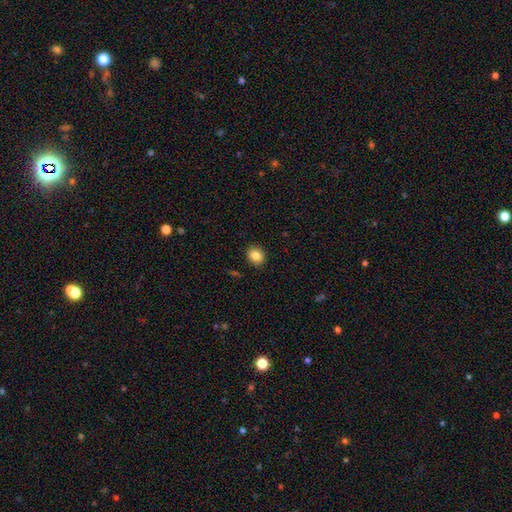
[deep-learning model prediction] A smooth galaxy with no disk features (84%) that is round (62%).

Vote fractions:
- Smooth or featured? smooth: 84% / star or artifact: 9% / featured or disk: 6%
- How rounded? round: 62% / in between: 38% / cigar-shaped: 1%
- Merging? none: 90% / minor disturbance: 7% / major disturbance: 2% / merger: 1%